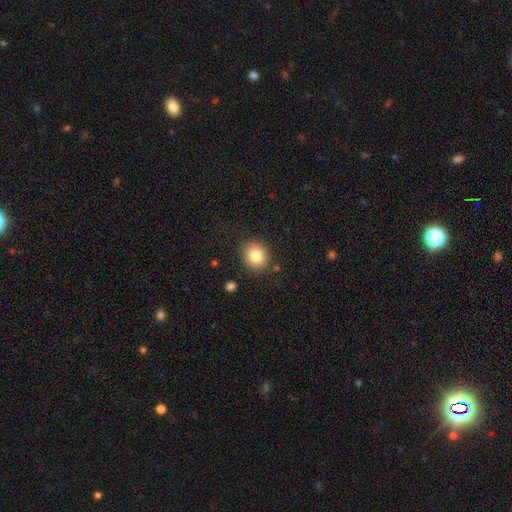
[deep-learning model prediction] A smooth galaxy with no disk features (82%) that is round (70%).

Vote fractions:
- Smooth or featured? smooth: 82% / star or artifact: 10% / featured or disk: 8%
- How rounded? round: 70% / in between: 29% / cigar-shaped: 1%
- Merging? none: 83% / minor disturbance: 12% / major disturbance: 3% / merger: 2%